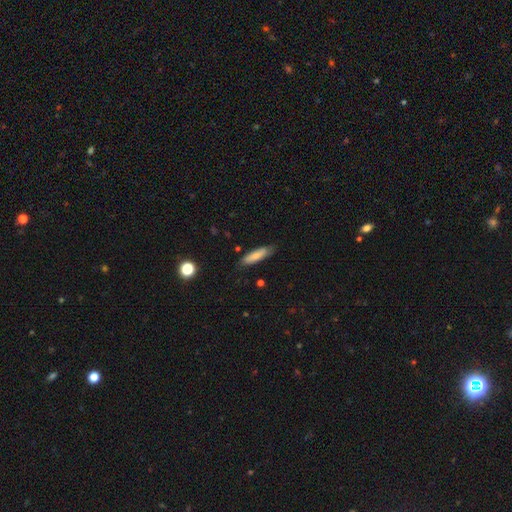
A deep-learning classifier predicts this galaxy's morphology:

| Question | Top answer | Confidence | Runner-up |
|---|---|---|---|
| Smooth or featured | smooth | 80% | featured or disk (14%) |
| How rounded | cigar-shaped | 67% | in between (31%) |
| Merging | none | 80% | minor disturbance (16%) |